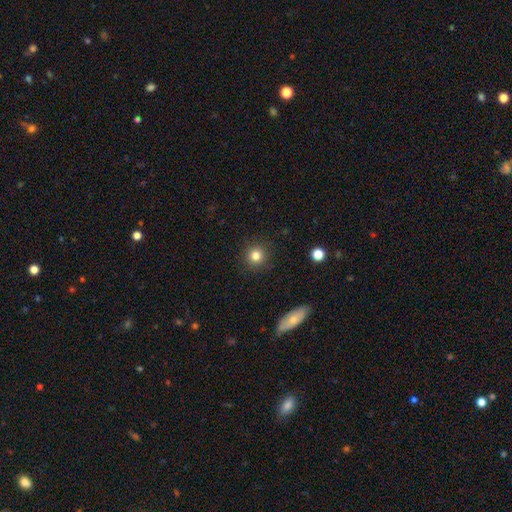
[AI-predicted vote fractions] smooth_or_featured: smooth (p=0.82) [alt: star or artifact p=0.12]
how_rounded: round (p=0.93) [alt: in between p=0.06]
merging: none (p=0.91) [alt: minor disturbance p=0.06]